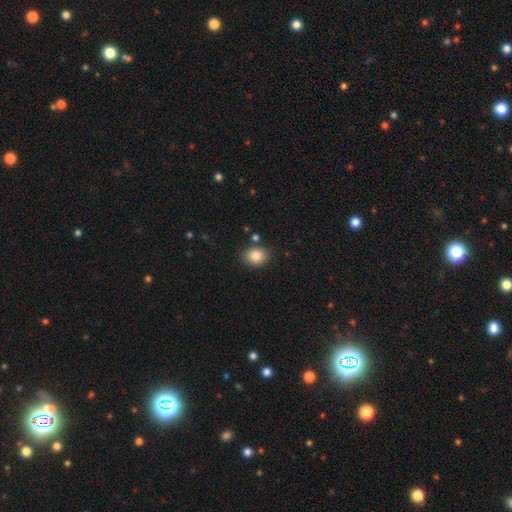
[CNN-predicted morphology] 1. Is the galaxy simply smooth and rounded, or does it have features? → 84% smooth, 10% star or artifact, 7% featured or disk.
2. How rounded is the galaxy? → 61% round, 38% in between, 1% cigar-shaped.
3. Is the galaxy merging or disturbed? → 83% none, 9% minor disturbance, 5% merger, 2% major disturbance.